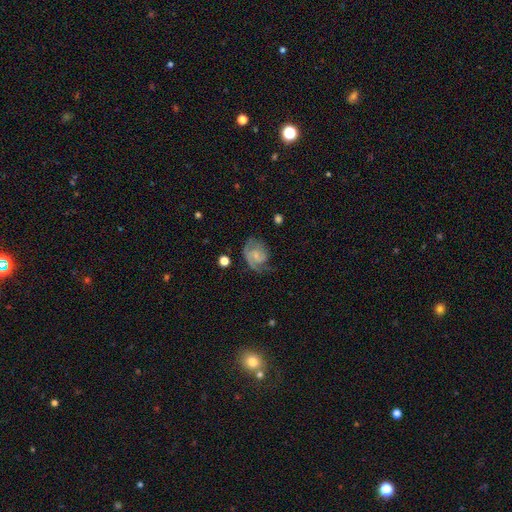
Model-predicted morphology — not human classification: Smooth or featured? Predicted: featured or disk (p=0.69). Edge-on disk? Predicted: no (p=0.97). Bar? Predicted: no (p=0.56). Spiral arms? Predicted: yes (p=0.89). Spiral winding? Predicted: medium (p=0.43). Spiral arm count? Predicted: 2 (p=0.45). Bulge size? Predicted: small (p=0.54). Merging? Predicted: none (p=0.51).